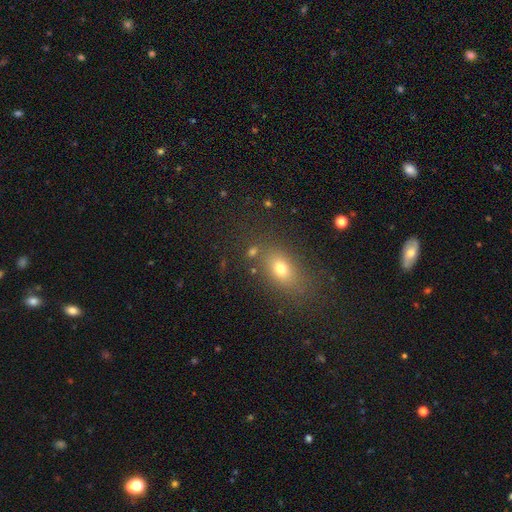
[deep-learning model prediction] Smooth or featured: smooth — 58% (star or artifact — 30%)
How rounded: in between — 65% (round — 31%)
Merging: none — 79% (minor disturbance — 11%)